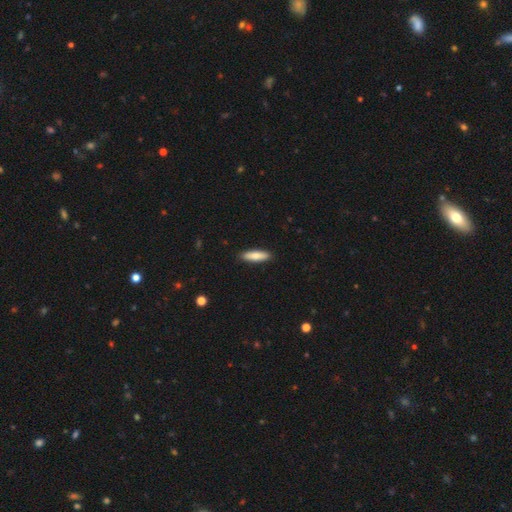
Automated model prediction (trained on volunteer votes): Smooth or featured? Predicted: smooth (p=0.80). How rounded? Predicted: cigar-shaped (p=0.65). Merging? Predicted: none (p=0.90).